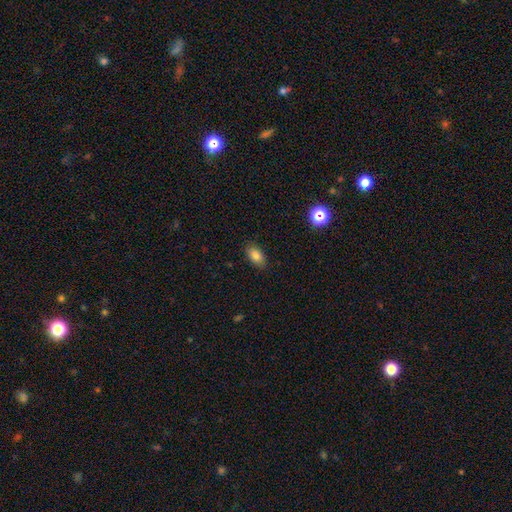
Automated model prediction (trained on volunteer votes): Smooth or featured?
  - smooth: 81% *
  - featured or disk: 10%
  - star or artifact: 9%
How rounded?
  - in between: 91% *
  - round: 6%
  - cigar-shaped: 3%
Merging?
  - none: 86% *
  - minor disturbance: 10%
  - major disturbance: 2%
  - merger: 1%